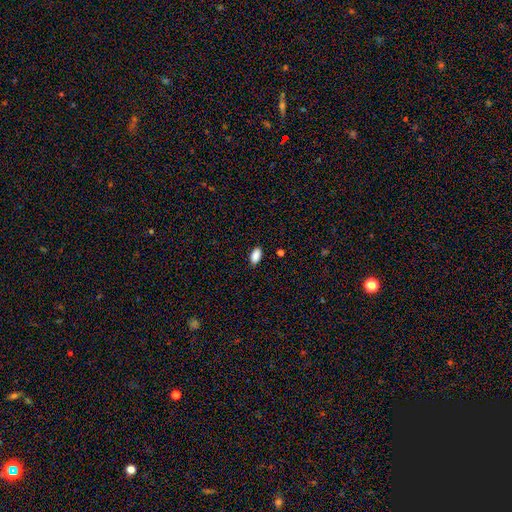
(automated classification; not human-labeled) Smooth or featured? Predicted: smooth (p=0.89). How rounded? Predicted: in between (p=0.93). Merging? Predicted: none (p=0.88).